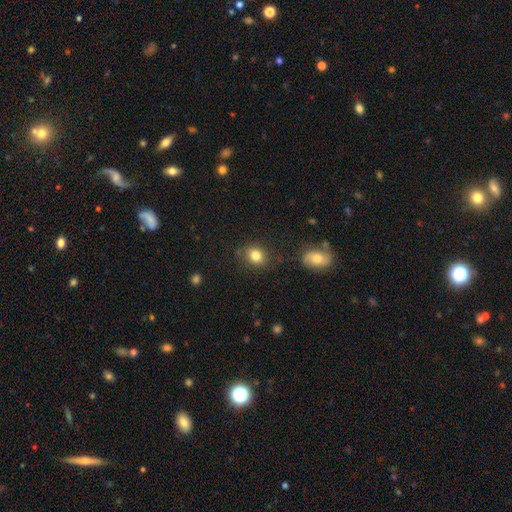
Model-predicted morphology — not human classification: smooth 83%, star or artifact 10%, featured or disk 7%. Down the decision tree: how rounded — round (62%); merging — none (80%).